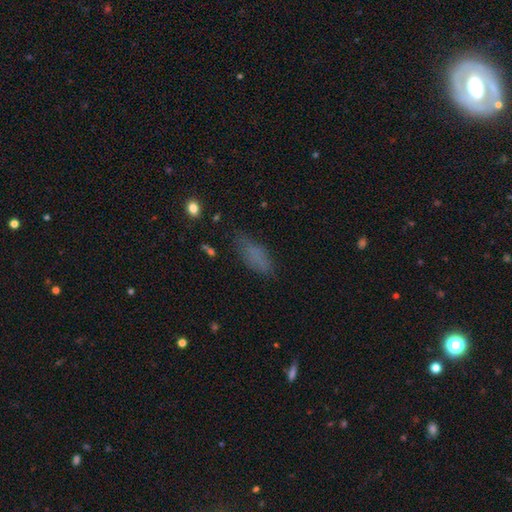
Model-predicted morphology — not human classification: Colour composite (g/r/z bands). It shows a smooth galaxy with no disk features (74%) that is in between round and cigar-shaped (72%). Merging: none (66%).